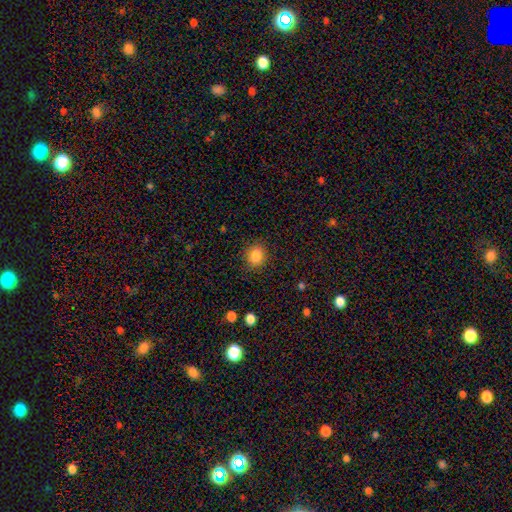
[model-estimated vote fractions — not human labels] smooth_or_featured: smooth (p=0.85) [alt: star or artifact p=0.10]
how_rounded: round (p=0.67) [alt: in between p=0.32]
merging: none (p=0.86) [alt: minor disturbance p=0.10]